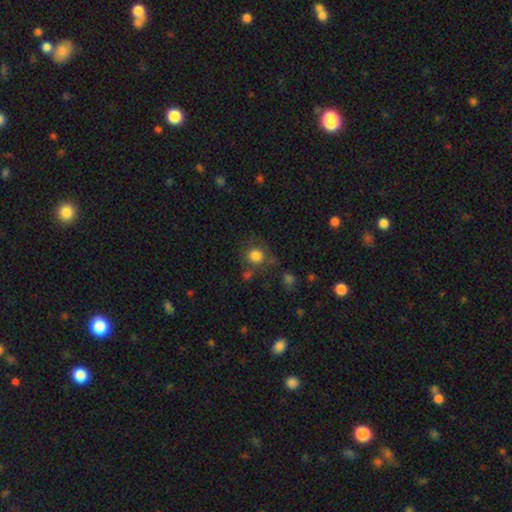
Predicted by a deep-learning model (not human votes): This is clearly a smooth galaxy (80%). How rounded: clearly round (87%). Merging: likely none (67%).